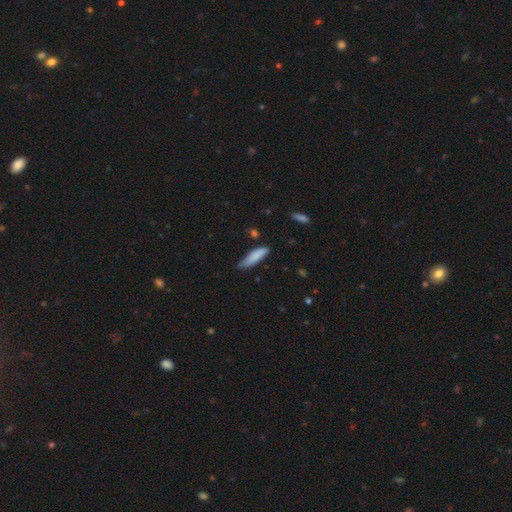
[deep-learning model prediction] smooth_or_featured: smooth (p=0.84) [alt: featured or disk p=0.10]
how_rounded: cigar-shaped (p=0.66) [alt: in between p=0.33]
merging: none (p=0.68) [alt: minor disturbance p=0.27]